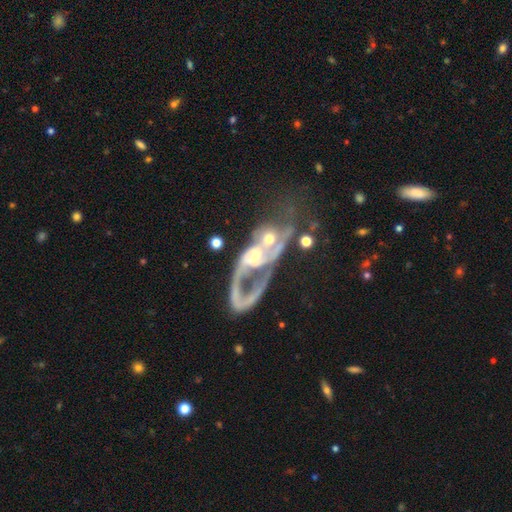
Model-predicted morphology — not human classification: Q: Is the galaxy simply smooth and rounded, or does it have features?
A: featured or disk — 77%.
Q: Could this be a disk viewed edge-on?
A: no — 95%.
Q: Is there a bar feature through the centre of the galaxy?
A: no — 66%.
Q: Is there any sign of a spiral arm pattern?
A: yes — 73%.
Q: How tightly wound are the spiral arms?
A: loose — 54%.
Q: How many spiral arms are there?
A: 1 — 46%.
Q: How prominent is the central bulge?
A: moderate — 47%.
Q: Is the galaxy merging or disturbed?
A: merger — 62%.